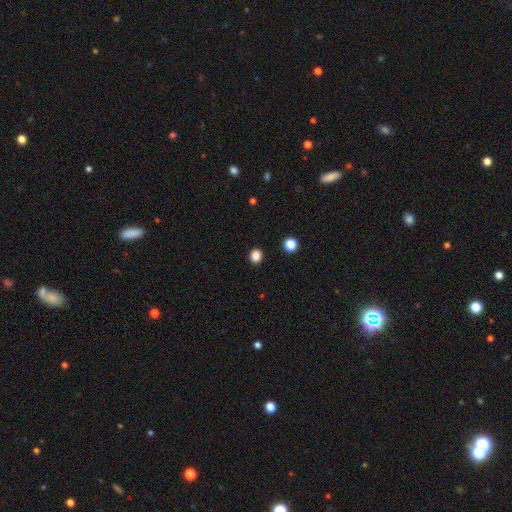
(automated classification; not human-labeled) smooth 85%, star or artifact 12%, featured or disk 3%. Down the decision tree: how rounded — round (63%); merging — none (90%).